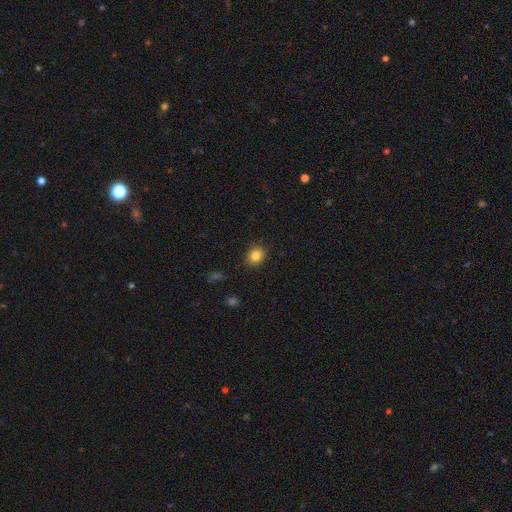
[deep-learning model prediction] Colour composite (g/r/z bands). It shows a smooth galaxy with no disk features (84%) that is round (62%). Merging: none (90%).